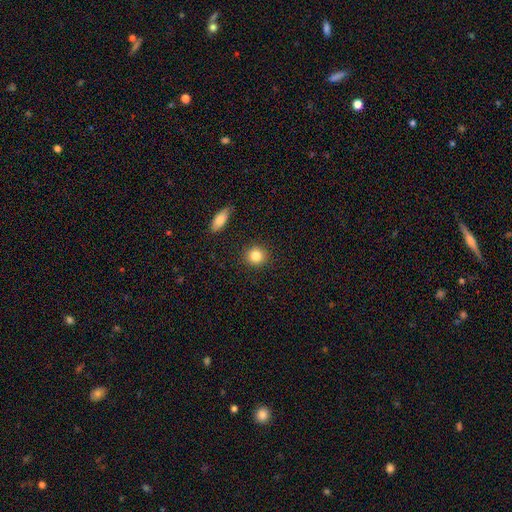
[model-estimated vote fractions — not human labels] Morphology: type=smooth (84%); roundness=round (88%); merging=none (90%).